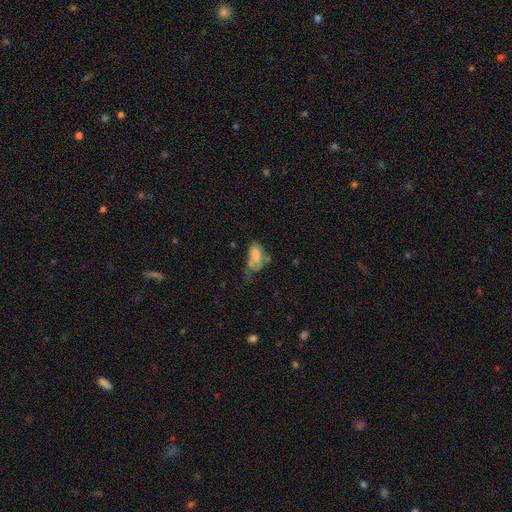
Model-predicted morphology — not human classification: smooth 64%, featured or disk 26%, star or artifact 10%. Down the decision tree: how rounded — in between (90%); merging — major disturbance (33%).